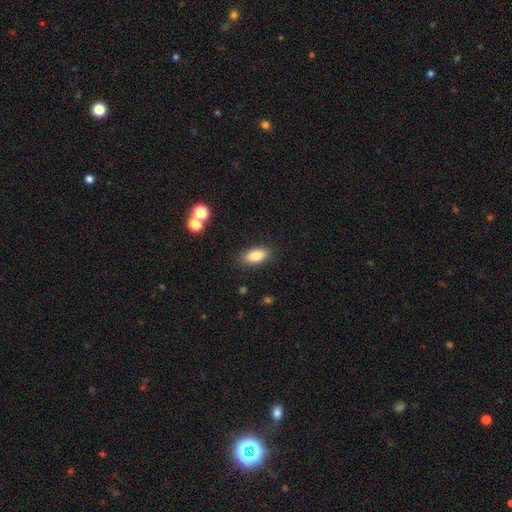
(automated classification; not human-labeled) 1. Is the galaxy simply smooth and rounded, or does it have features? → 84% smooth, 8% star or artifact, 8% featured or disk.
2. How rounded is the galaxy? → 87% in between, 9% cigar-shaped, 4% round.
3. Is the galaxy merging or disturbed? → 87% none, 9% minor disturbance, 3% major disturbance, 2% merger.